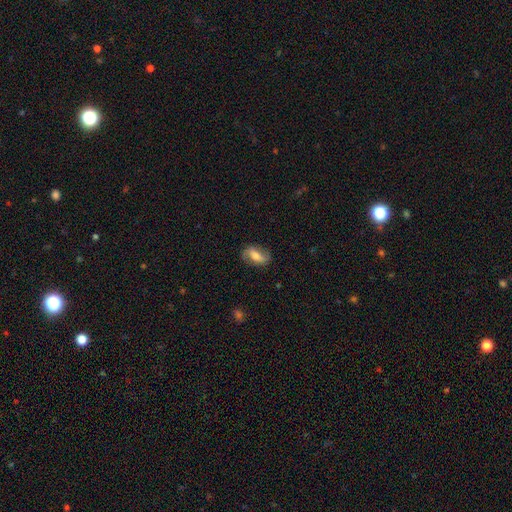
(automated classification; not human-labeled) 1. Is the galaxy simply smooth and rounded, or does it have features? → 51% featured or disk, 42% smooth, 8% star or artifact.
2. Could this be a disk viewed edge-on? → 91% no, 9% yes.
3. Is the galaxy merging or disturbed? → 78% none, 16% minor disturbance, 5% major disturbance, 1% merger.